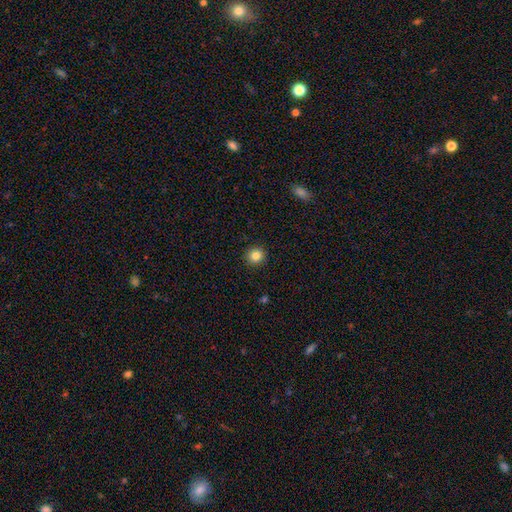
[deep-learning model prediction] A smooth galaxy with no disk features (83%) that is round (93%). Merging: none (92%).